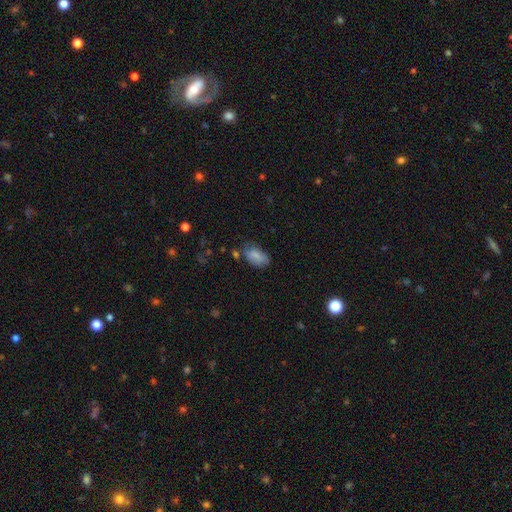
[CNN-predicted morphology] The model was most divided on "merging": none: 56%, minor disturbance: 29%, major disturbance: 9%, merger: 6%. More confident: how rounded — in between (92%); smooth or featured — smooth (78%).